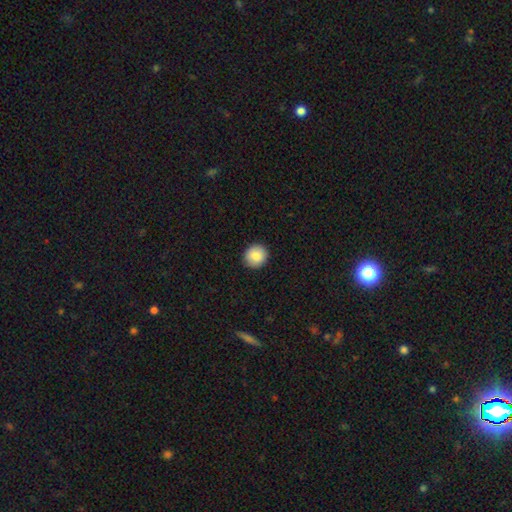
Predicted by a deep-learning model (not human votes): Overall: smooth (86%). How rounded: round (91%). Merging: none (92%).